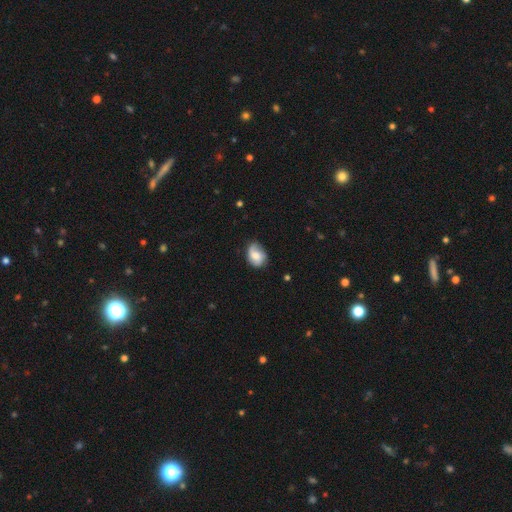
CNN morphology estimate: A smooth galaxy with no disk features (55%) that is in between round and cigar-shaped (67%). Merging: none (65%).